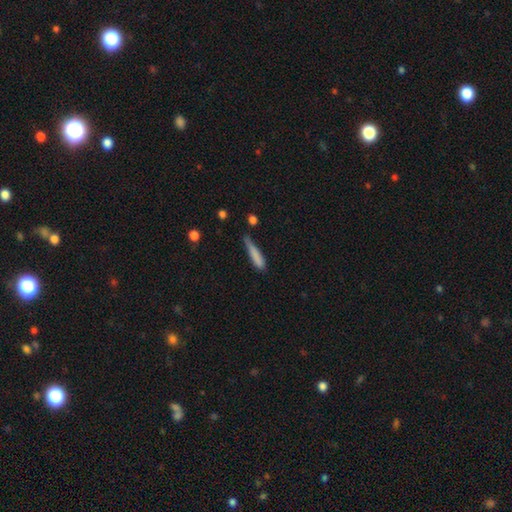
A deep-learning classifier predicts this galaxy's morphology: Q: Smooth or featured?
A: smooth (79%); runner-up: featured or disk (14%)
Q: How rounded?
A: cigar-shaped (86%); runner-up: in between (12%)
Q: Merging?
A: none (46%); runner-up: minor disturbance (37%)